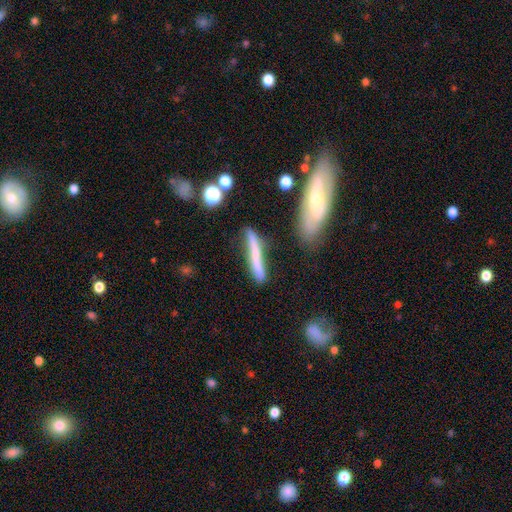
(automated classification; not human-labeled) smooth-or-featured: featured or disk: 49% | smooth: 44% | star or artifact: 7%
  merging: none: 76% | minor disturbance: 16% | merger: 4% | major disturbance: 4%